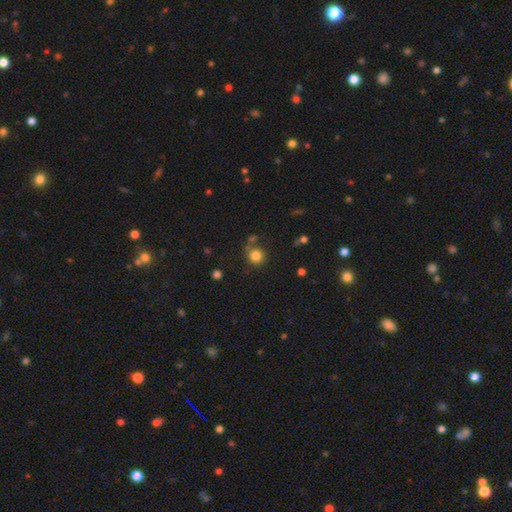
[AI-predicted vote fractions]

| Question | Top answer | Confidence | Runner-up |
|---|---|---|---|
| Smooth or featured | smooth | 82% | star or artifact (12%) |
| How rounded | round | 92% | in between (8%) |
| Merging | none | 76% | merger (10%) |